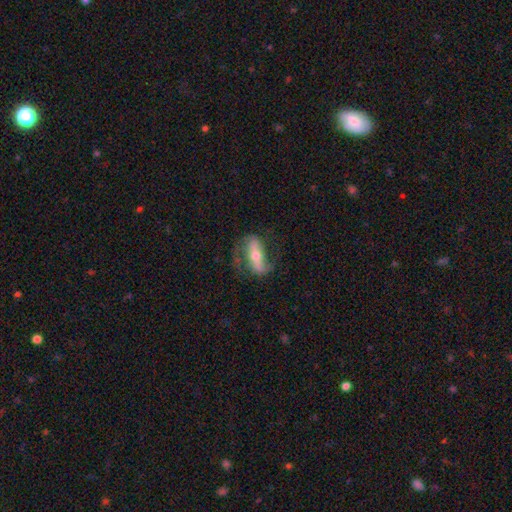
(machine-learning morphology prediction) Smooth or featured? featured or disk (75%)
Edge-on disk? no (83%)
Bar? strong (62%)
Spiral arms? yes (85%)
Spiral winding? medium (40%)
Spiral arm count? 2 (86%)
Bulge size? moderate (54%)
Merging? none (68%)